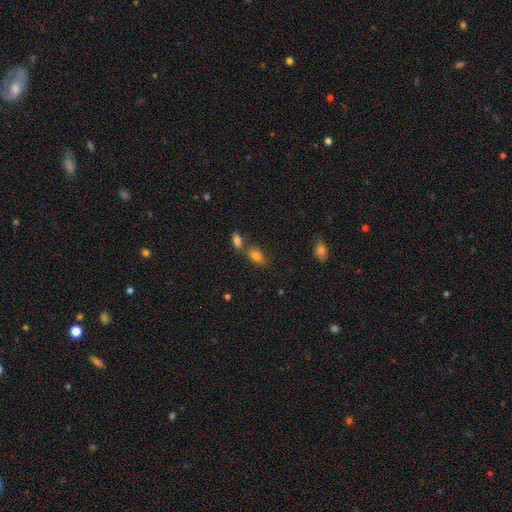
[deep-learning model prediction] Smooth or featured? smooth (79%)
How rounded? in between (85%)
Merging? none (55%)